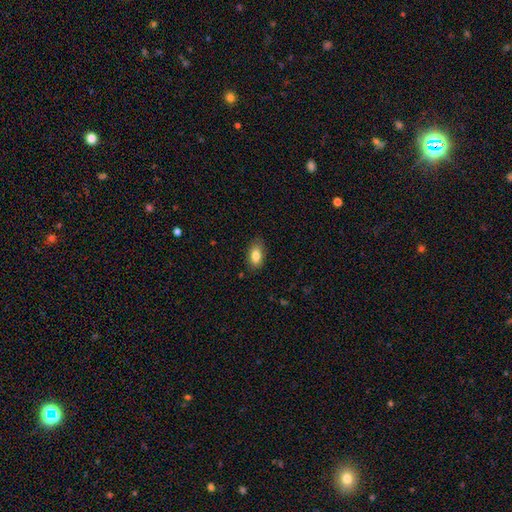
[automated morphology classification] A smooth galaxy with no disk features (83%) that is in between round and cigar-shaped (90%). Merging: none (82%).